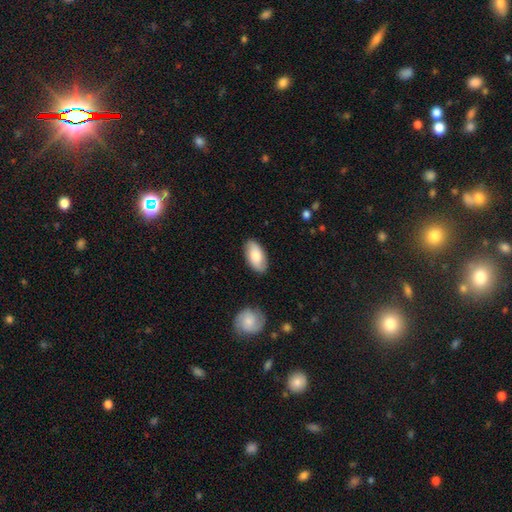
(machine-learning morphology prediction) Smooth or featured? smooth (76%)
How rounded? in between (93%)
Merging? none (85%)